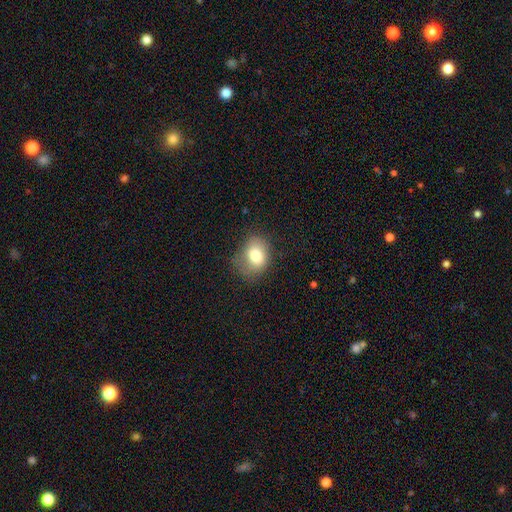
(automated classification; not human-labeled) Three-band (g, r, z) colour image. It shows a smooth galaxy with no disk features (77%) that is in between round and cigar-shaped (58%). Merging: none (61%).